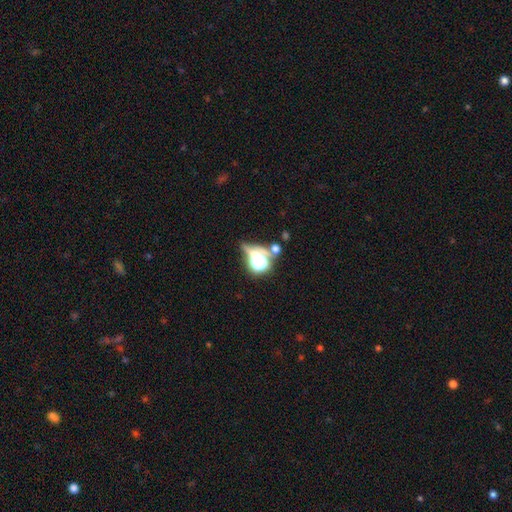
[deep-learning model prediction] Overall: star or artifact (45%; smooth 38%).